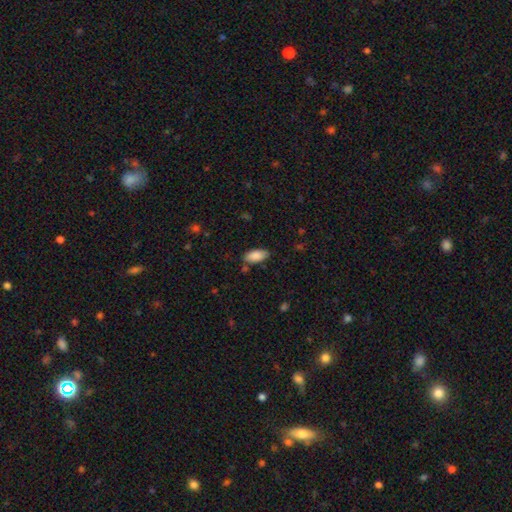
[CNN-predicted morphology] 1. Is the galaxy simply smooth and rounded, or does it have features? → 87% smooth, 6% star or artifact, 6% featured or disk.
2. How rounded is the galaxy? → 90% in between, 8% cigar-shaped, 2% round.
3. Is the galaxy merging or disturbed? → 77% none, 16% minor disturbance, 3% major disturbance, 3% merger.